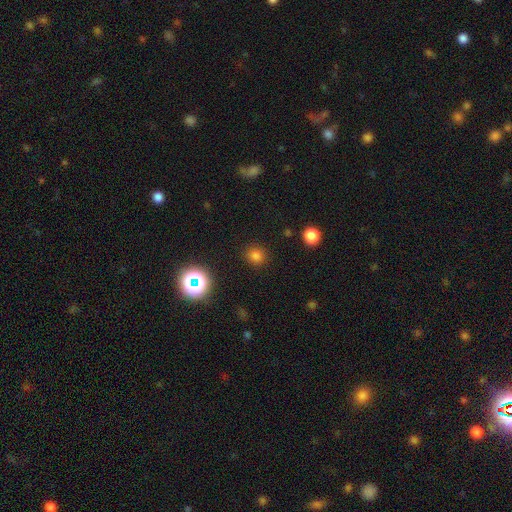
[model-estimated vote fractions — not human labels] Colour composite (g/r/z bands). It shows a smooth galaxy with no disk features (76%) that is round (88%). Merging: none (89%).